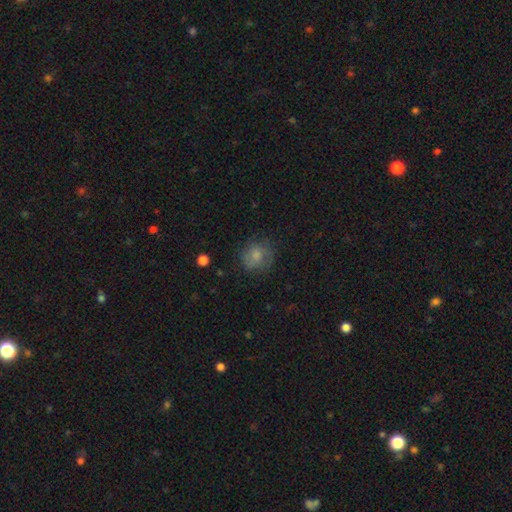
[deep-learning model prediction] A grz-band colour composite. It shows a smooth galaxy with no disk features (70%) that is round (78%). Merging: none (68%).